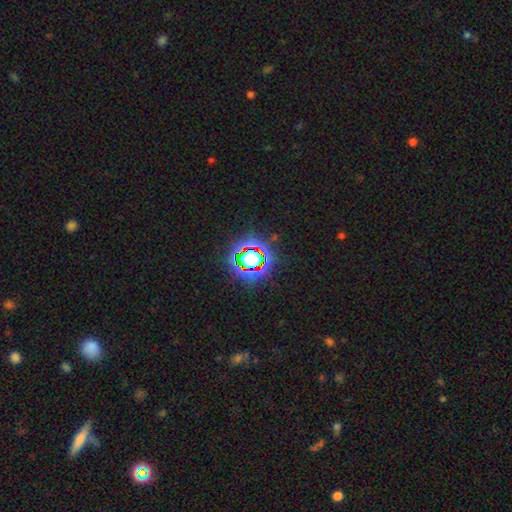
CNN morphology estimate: A star or artifact, not a galaxy (80%).

Vote fractions:
- Smooth or featured? star or artifact: 80% / smooth: 13% / featured or disk: 7%